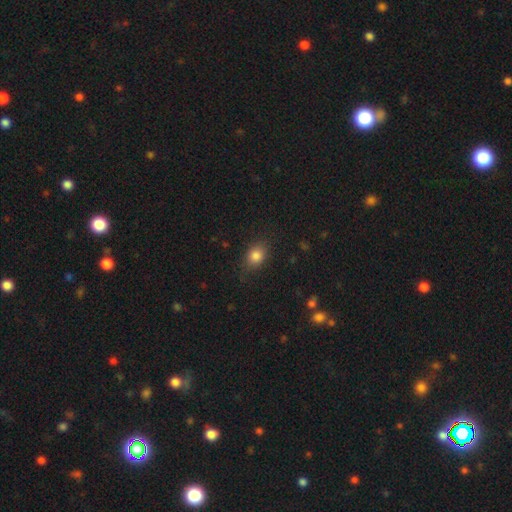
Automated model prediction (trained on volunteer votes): smooth 83%, star or artifact 10%, featured or disk 7%. Down the decision tree: how rounded — in between (57%); merging — none (80%).